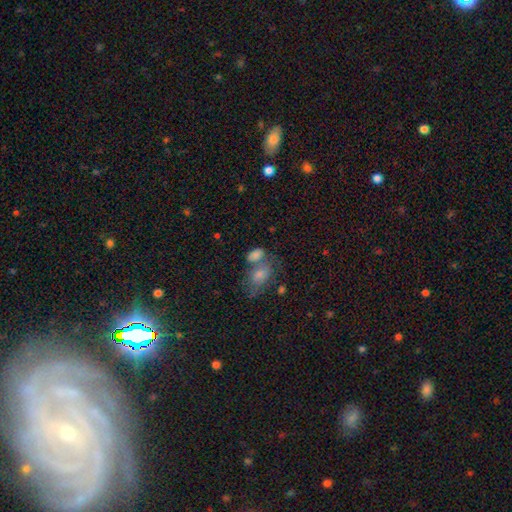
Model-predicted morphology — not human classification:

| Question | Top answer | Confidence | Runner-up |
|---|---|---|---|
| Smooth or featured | smooth | 77% | featured or disk (13%) |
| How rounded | in between | 85% | round (12%) |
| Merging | merger | 46% | none (33%) |